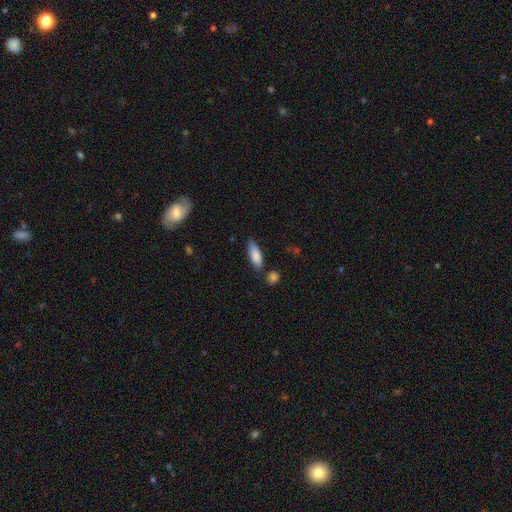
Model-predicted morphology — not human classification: A smooth galaxy with no disk features (84%) that is in between round and cigar-shaped (64%). Merging: none (72%).